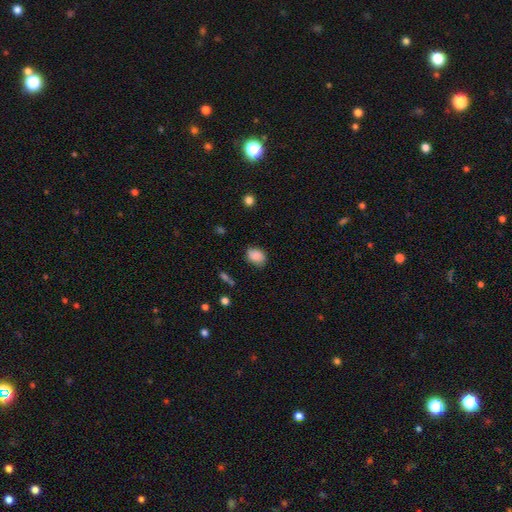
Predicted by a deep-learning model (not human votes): A smooth galaxy with no disk features (87%) that is in between round and cigar-shaped (70%).

Vote fractions:
- Smooth or featured? smooth: 87% / star or artifact: 8% / featured or disk: 5%
- How rounded? in between: 70% / round: 28% / cigar-shaped: 1%
- Merging? none: 76% / minor disturbance: 19% / major disturbance: 4% / merger: 2%